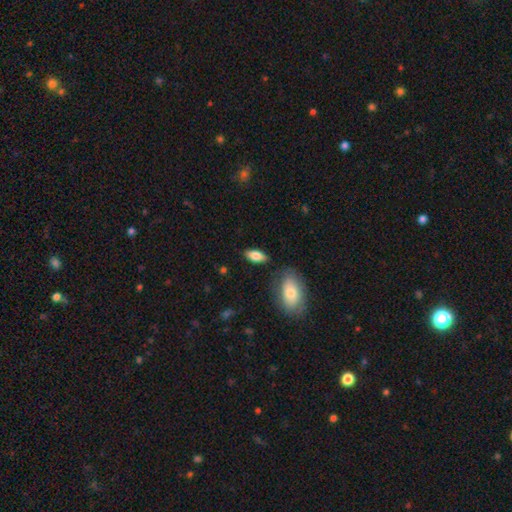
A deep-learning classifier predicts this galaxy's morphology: The model was most divided on "smooth or featured": smooth: 81%, featured or disk: 13%, star or artifact: 7%. More confident: how rounded — in between (87%); merging — none (82%).